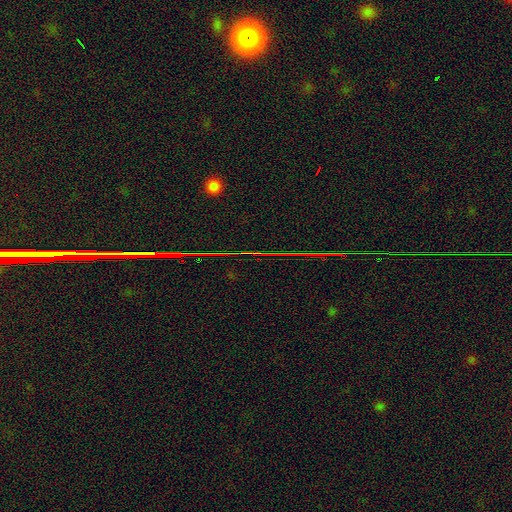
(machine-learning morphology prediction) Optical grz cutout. It shows a star or artifact, not a galaxy (84%).